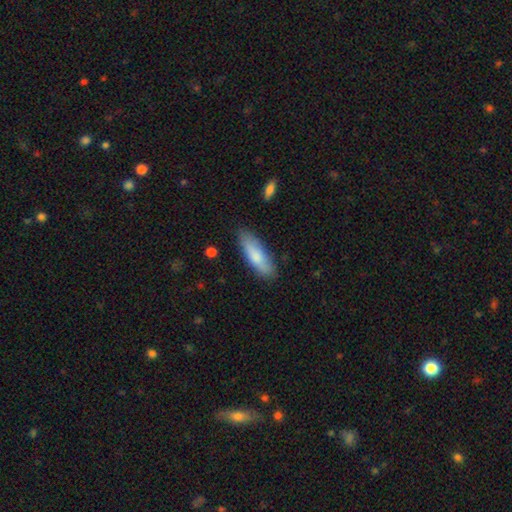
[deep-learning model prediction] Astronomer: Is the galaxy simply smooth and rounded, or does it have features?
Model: smooth — 80%.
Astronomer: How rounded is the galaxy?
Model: cigar-shaped — 52% (runner-up: in between, 46%).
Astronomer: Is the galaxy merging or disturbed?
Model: none — 82%.